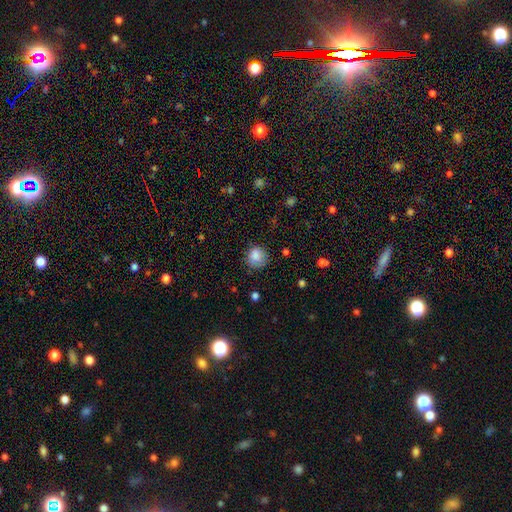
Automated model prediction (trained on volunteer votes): This appears to be a smooth galaxy with no disk features (86%) that is round (89%). Merging: none (78%).